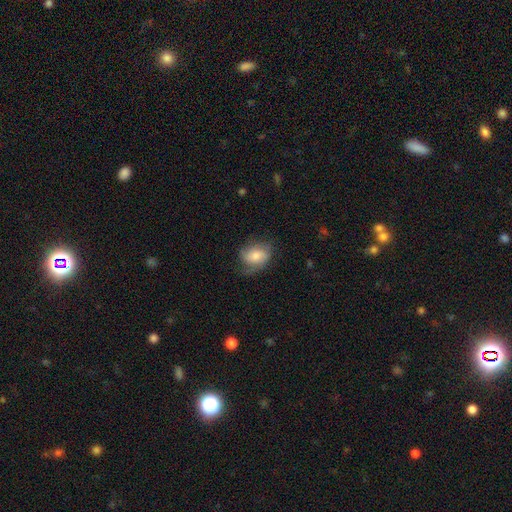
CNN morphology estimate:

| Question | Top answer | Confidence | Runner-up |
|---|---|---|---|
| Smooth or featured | smooth | 59% | featured or disk (33%) |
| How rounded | in between | 68% | round (31%) |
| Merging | none | 56% | minor disturbance (29%) |